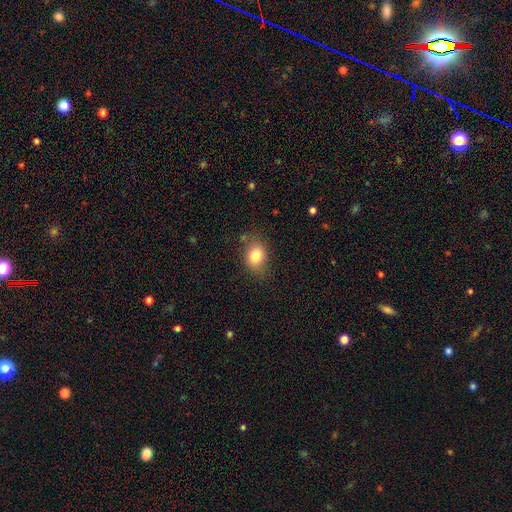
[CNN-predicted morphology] Q: Smooth or featured?
A: smooth (80%); runner-up: star or artifact (10%)
Q: How rounded?
A: in between (59%); runner-up: round (40%)
Q: Merging?
A: none (75%); runner-up: minor disturbance (18%)